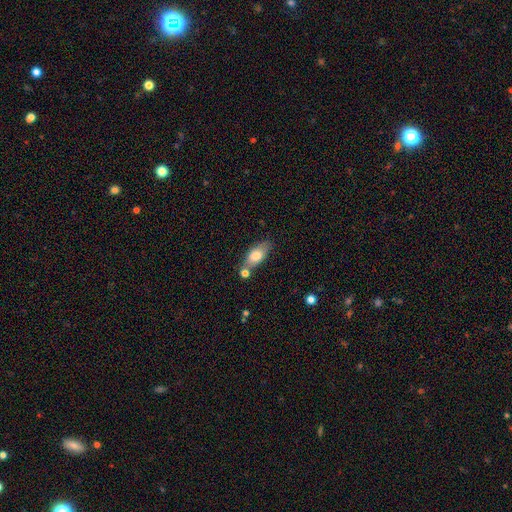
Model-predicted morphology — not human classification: The model was most divided on "merging": none: 57%, merger: 21%, minor disturbance: 18%, major disturbance: 5%. More confident: how rounded — in between (83%); smooth or featured — smooth (76%).